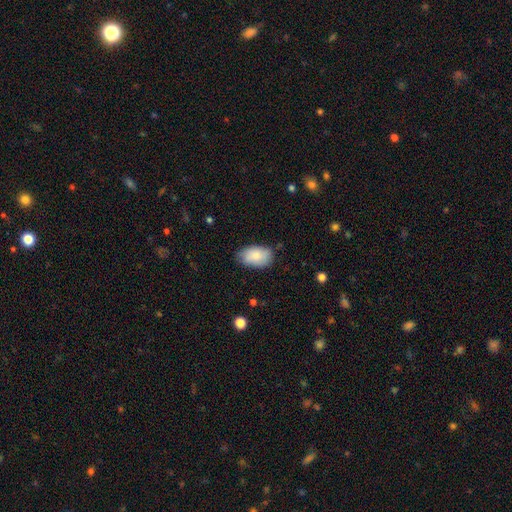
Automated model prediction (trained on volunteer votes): This is clearly a smooth galaxy (83%). How rounded: clearly in between (93%). Merging: likely none (74%).